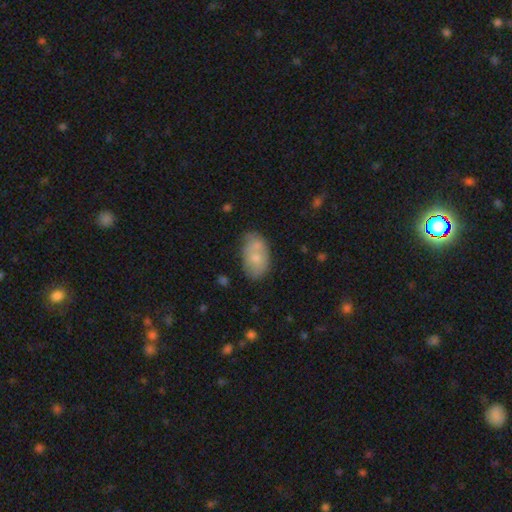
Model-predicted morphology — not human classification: Overall: smooth (66%; featured or disk 26%). How rounded: in between (90%). Merging: none (50%; minor disturbance 25%).